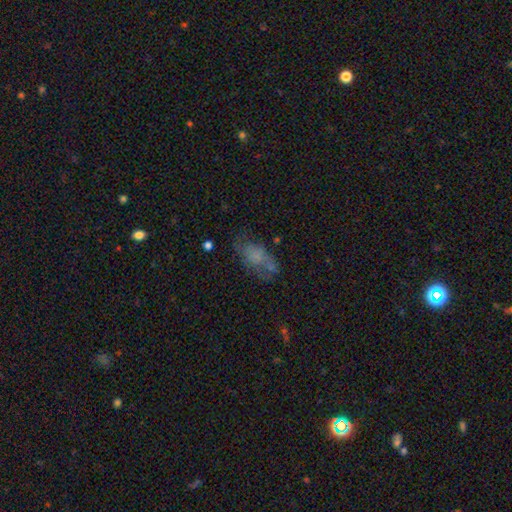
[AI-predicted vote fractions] Smooth or featured?
  - smooth: 58% *
  - featured or disk: 30%
  - star or artifact: 12%
How rounded?
  - in between: 87% *
  - round: 7%
  - cigar-shaped: 6%
Merging?
  - none: 44% *
  - minor disturbance: 25%
  - major disturbance: 21%
  - merger: 9%